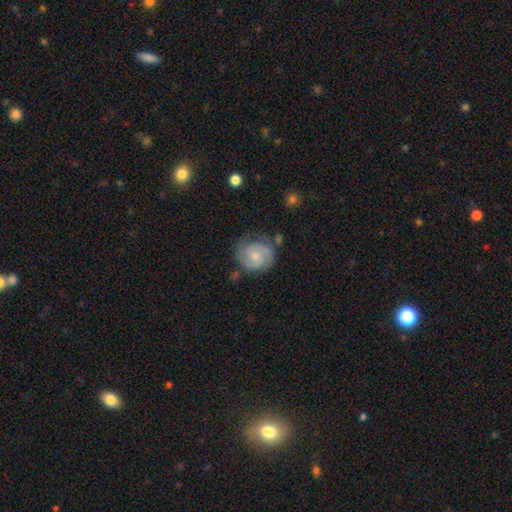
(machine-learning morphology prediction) type=featured or disk (73%); edge-on=no (98%); bar=no (54%); spiral arms=yes (94%); winding=tight (53%); arm count=2 (81%); bulge=small (45%); merging=none (69%).